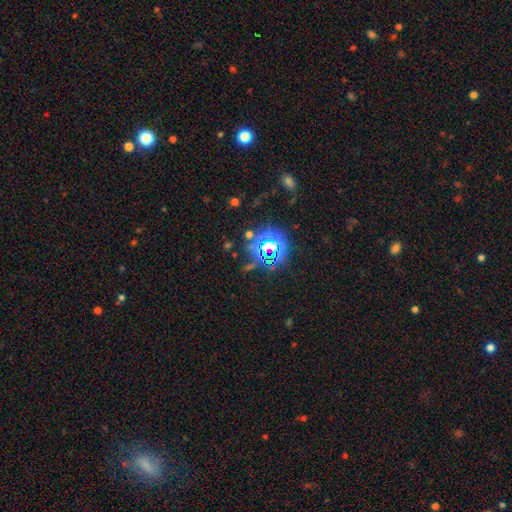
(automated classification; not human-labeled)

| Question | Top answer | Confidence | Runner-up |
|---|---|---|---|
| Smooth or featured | star or artifact | 79% | smooth (13%) |